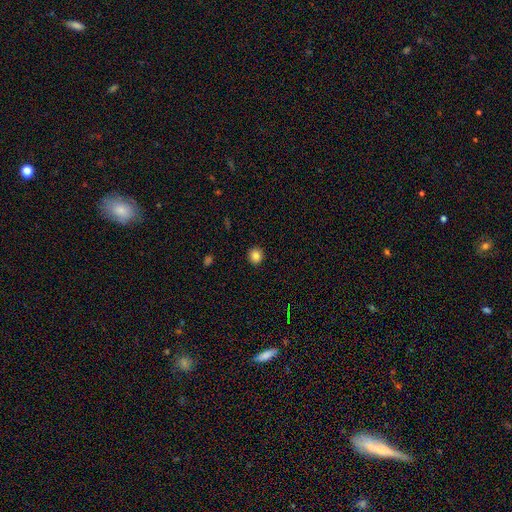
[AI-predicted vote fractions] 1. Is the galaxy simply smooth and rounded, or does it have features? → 83% smooth, 11% star or artifact, 6% featured or disk.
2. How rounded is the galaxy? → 89% round, 10% in between, 1% cigar-shaped.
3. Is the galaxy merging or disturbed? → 92% none, 5% minor disturbance, 2% major disturbance, 1% merger.